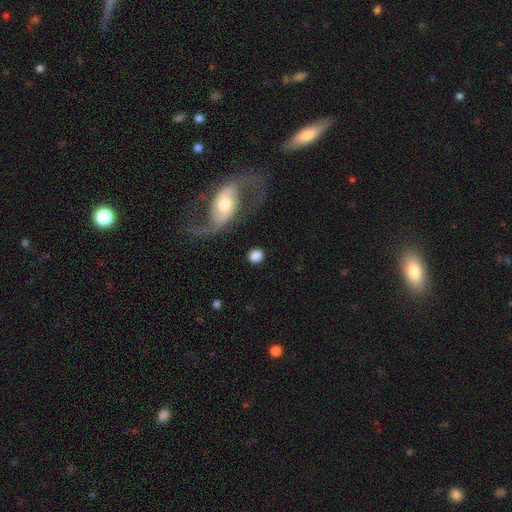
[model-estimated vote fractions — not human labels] Q: Smooth or featured?
A: smooth (75%); runner-up: featured or disk (17%)
Q: How rounded?
A: round (75%); runner-up: in between (23%)
Q: Merging?
A: none (79%); runner-up: minor disturbance (10%)